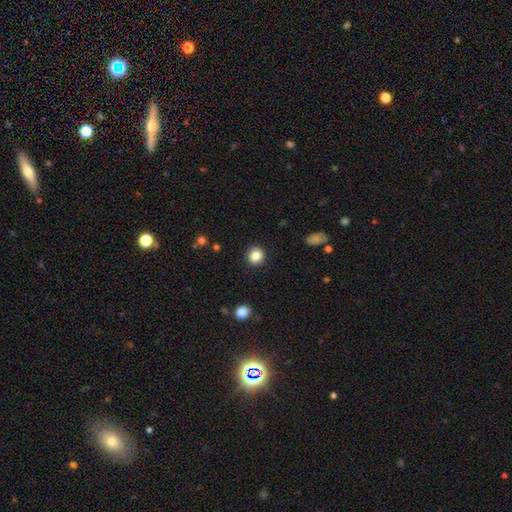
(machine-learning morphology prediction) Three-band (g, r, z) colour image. It shows a smooth galaxy with no disk features (85%) that is round (88%). Merging: none (91%).